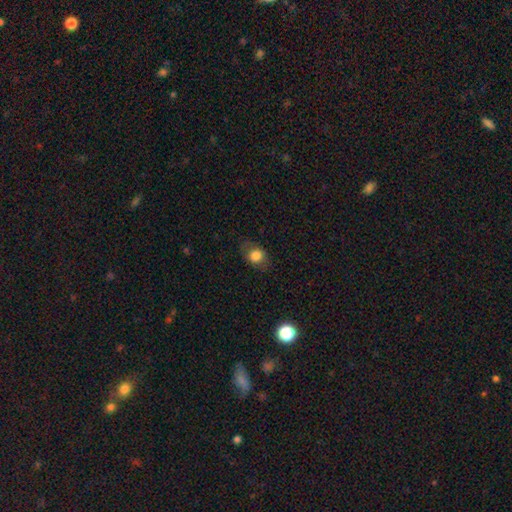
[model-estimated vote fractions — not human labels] Smooth or featured? smooth (78%)
How rounded? in between (54%)
Merging? none (76%)